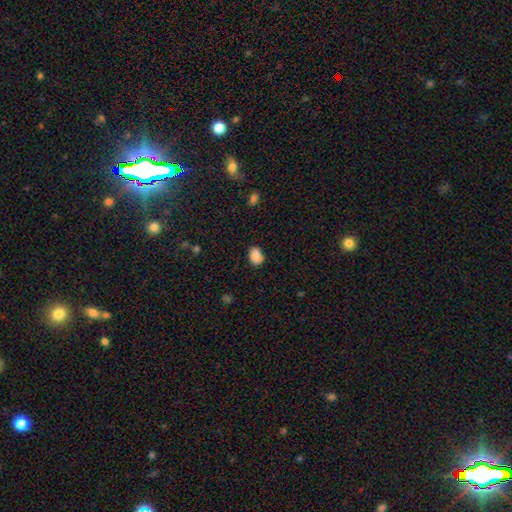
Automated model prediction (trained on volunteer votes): smooth-or-featured: smooth: 85% | star or artifact: 9% | featured or disk: 6%
  how-rounded: in between: 75% | round: 24% | cigar-shaped: 1%
  merging: none: 71% | minor disturbance: 22% | major disturbance: 4% | merger: 3%